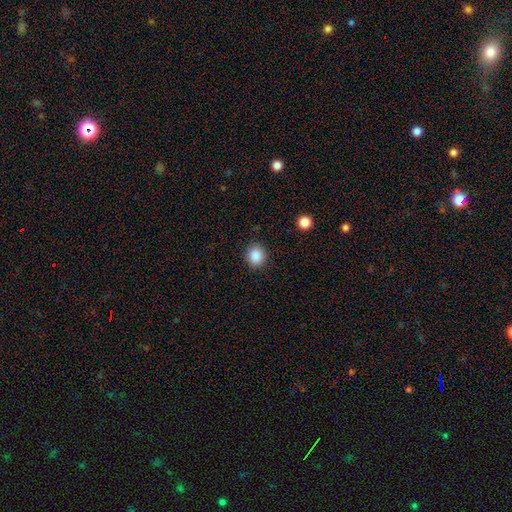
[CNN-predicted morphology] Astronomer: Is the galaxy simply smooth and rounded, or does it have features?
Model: smooth — 88%.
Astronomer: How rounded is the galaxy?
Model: round — 72%.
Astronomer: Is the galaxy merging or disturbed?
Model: none — 88%.